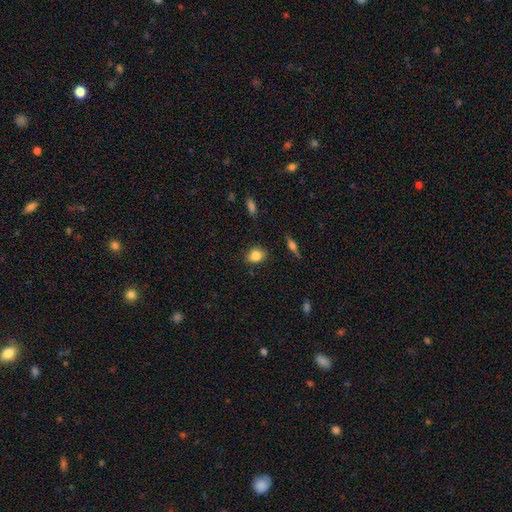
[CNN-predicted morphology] A smooth galaxy with no disk features (84%) that is round (52%). Merging: none (82%).